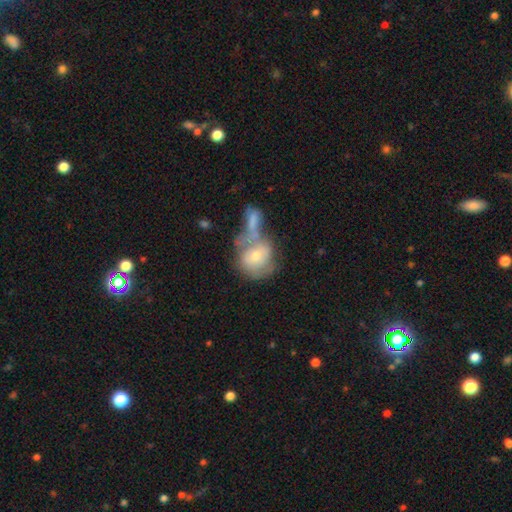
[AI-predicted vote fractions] A smooth galaxy with no disk features (46%, tied with featured or disk). Merging: merger (49%).